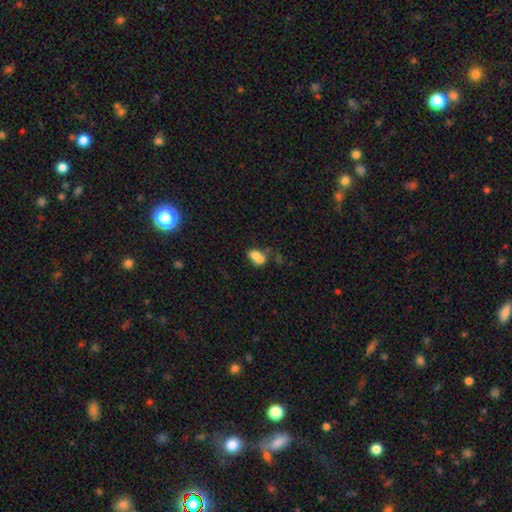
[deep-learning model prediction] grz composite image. It shows a smooth galaxy with no disk features (70%) that is in between round and cigar-shaped (75%). Merging: merger (52%).